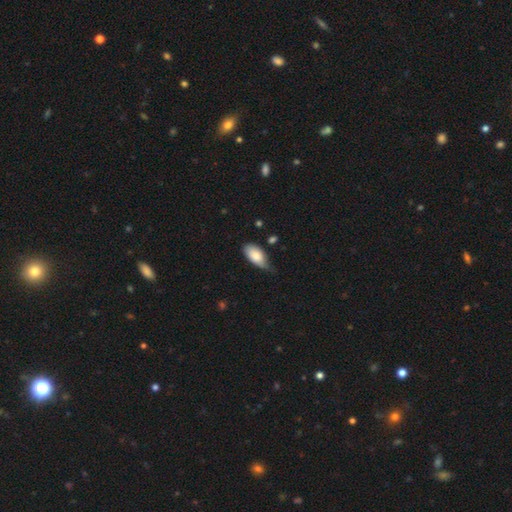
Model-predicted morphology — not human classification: Smooth or featured?
  - smooth: 81% *
  - featured or disk: 13%
  - star or artifact: 6%
How rounded?
  - in between: 92% *
  - cigar-shaped: 5%
  - round: 3%
Merging?
  - minor disturbance: 46% *
  - none: 41%
  - major disturbance: 10%
  - merger: 3%